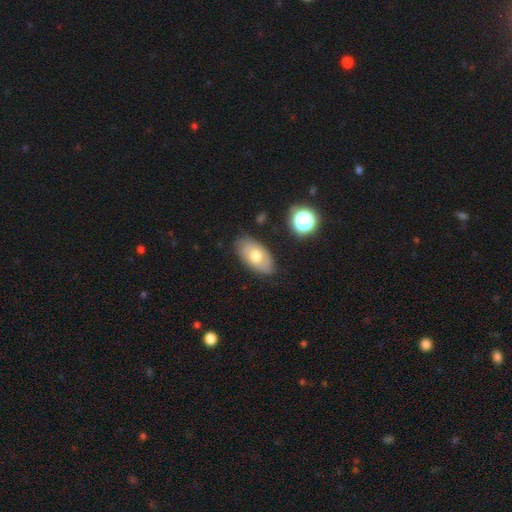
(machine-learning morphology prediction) A smooth galaxy with no disk features (57%) that is in between round and cigar-shaped (92%). Merging: none (77%).